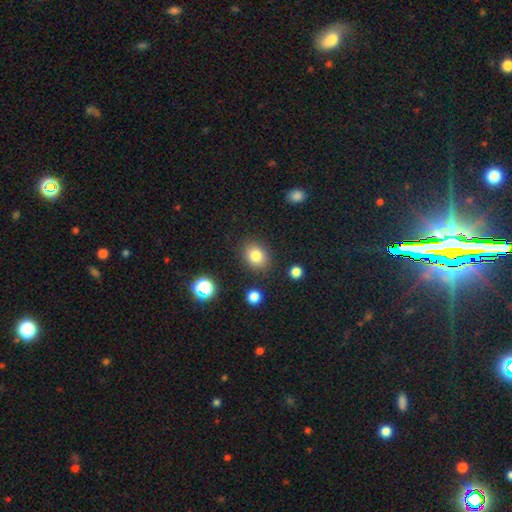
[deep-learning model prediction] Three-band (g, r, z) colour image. It shows a smooth galaxy with no disk features (80%) that is round (50%). Merging: none (84%).